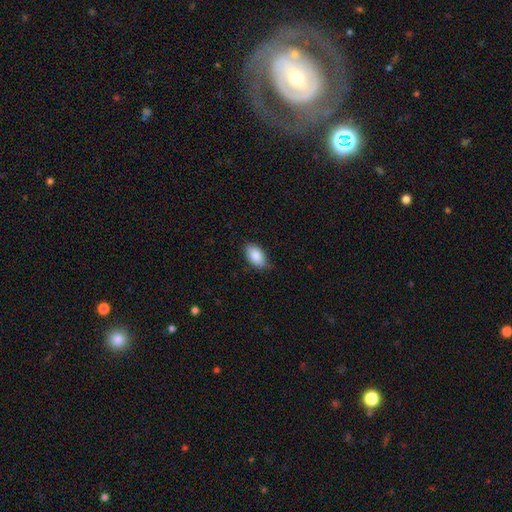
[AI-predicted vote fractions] This appears to be a smooth galaxy with no disk features (88%) that is in between round and cigar-shaped (94%). Merging: none (78%).